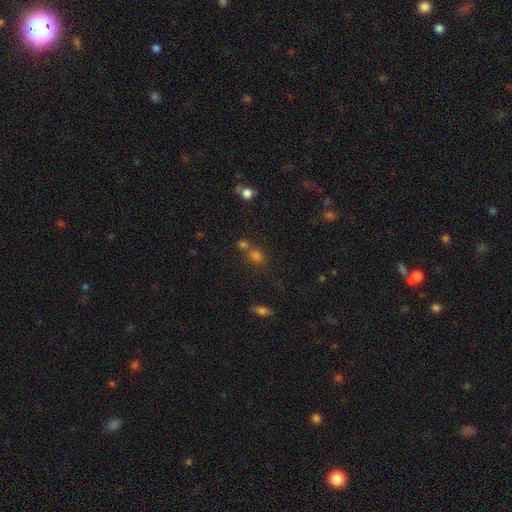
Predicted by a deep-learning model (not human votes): This is likely a smooth galaxy (65%). How rounded: likely round (65%). Merging: possibly none (55%).